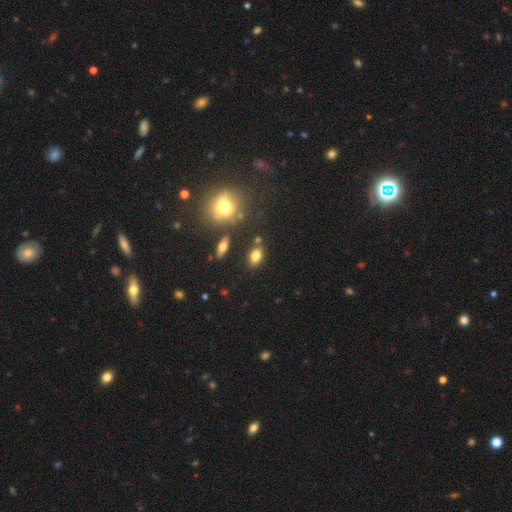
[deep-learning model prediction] smooth 78%, star or artifact 11%, featured or disk 11%. Down the decision tree: how rounded — in between (82%); merging — none (78%).